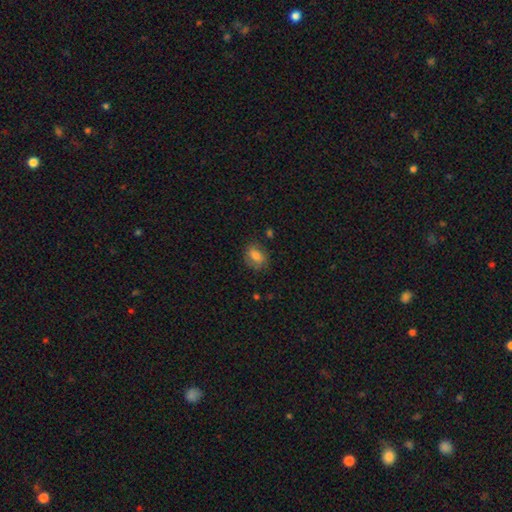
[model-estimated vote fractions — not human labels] A smooth galaxy with no disk features (77%) that is in between round and cigar-shaped (59%). Merging: none (74%).